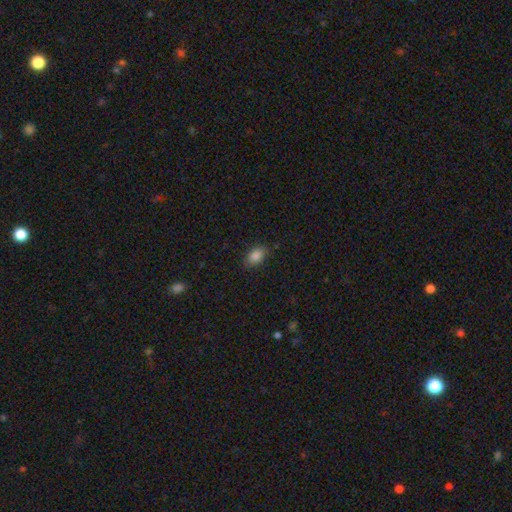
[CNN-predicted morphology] A smooth galaxy with no disk features (87%) that is in between round and cigar-shaped (90%).

Vote fractions:
- Smooth or featured? smooth: 87% / star or artifact: 8% / featured or disk: 4%
- How rounded? in between: 90% / round: 8% / cigar-shaped: 2%
- Merging? none: 85% / minor disturbance: 11% / major disturbance: 3% / merger: 1%